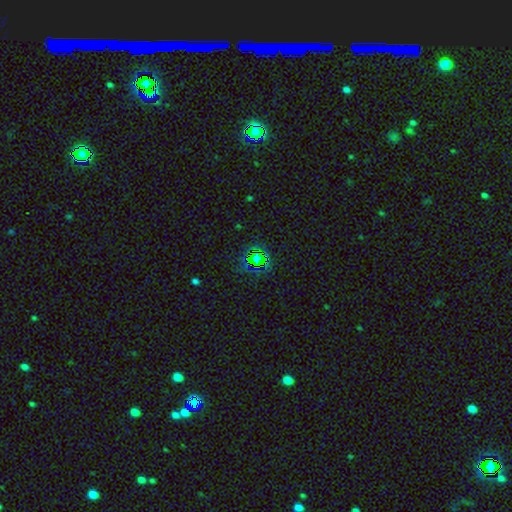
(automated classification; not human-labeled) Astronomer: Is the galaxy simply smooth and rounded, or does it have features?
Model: star or artifact — 70%.